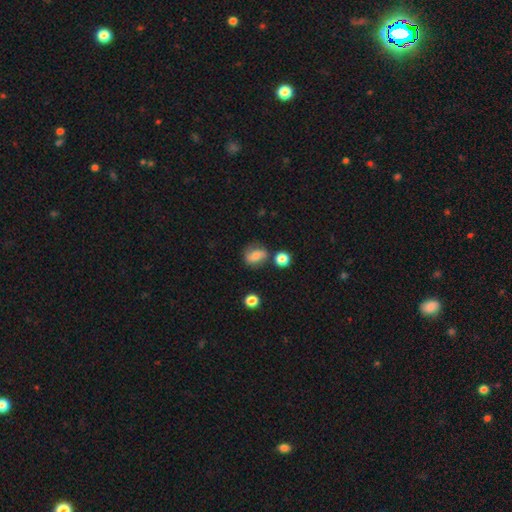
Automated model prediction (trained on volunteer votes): A smooth galaxy with no disk features (62%) that is in between round and cigar-shaped (54%). Merging: none (66%).